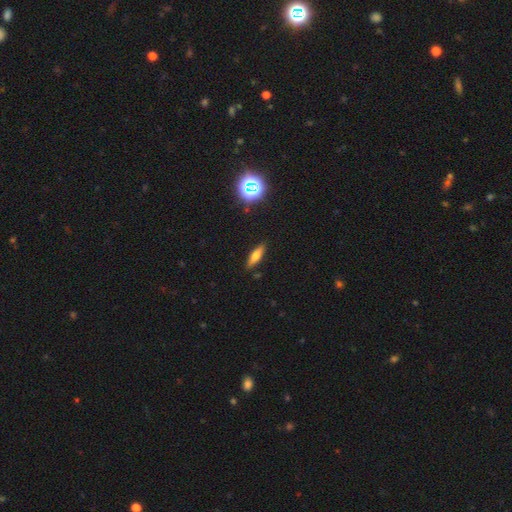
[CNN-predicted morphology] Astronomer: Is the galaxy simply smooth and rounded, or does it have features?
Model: smooth — 58%.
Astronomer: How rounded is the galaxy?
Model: cigar-shaped — 60% (runner-up: in between, 37%).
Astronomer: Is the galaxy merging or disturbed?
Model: none — 88%.